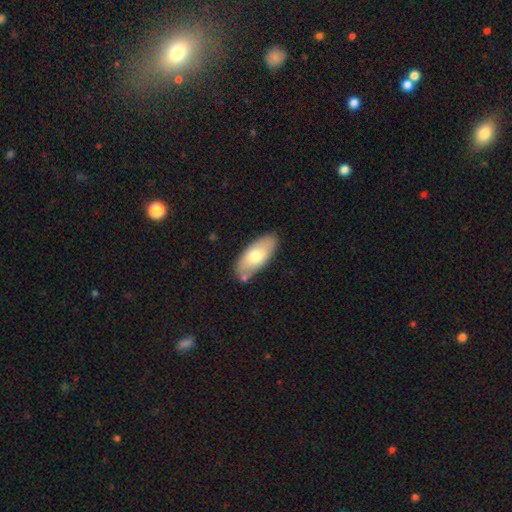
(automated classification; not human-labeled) Overall: smooth (70%). How rounded: in between (87%). Merging: none (77%).